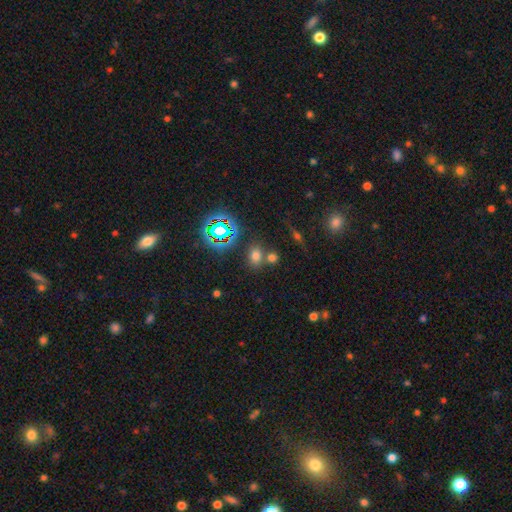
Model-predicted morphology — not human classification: A smooth galaxy with no disk features (63%) that is in between round and cigar-shaped (59%).

Vote fractions:
- Smooth or featured? smooth: 63% / star or artifact: 29% / featured or disk: 9%
- How rounded? in between: 59% / round: 39% / cigar-shaped: 2%
- Merging? none: 64% / merger: 23% / minor disturbance: 10% / major disturbance: 4%